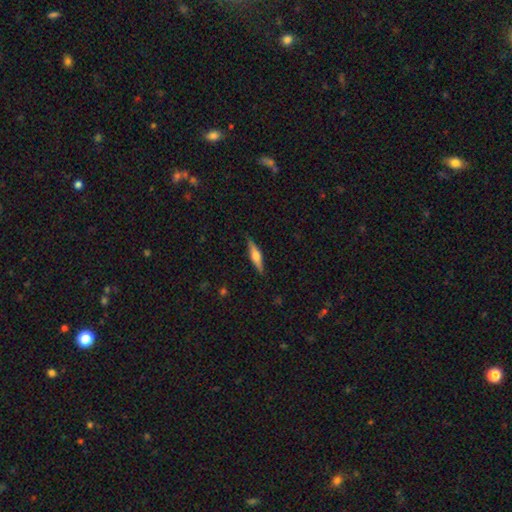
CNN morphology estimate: Q: Smooth or featured?
A: featured or disk (53%); runner-up: smooth (41%)
Q: Edge-on disk?
A: yes (96%); runner-up: no (4%)
Q: Edge-on bulge?
A: rounded (78%); runner-up: boxy (16%)
Q: Merging?
A: none (87%); runner-up: minor disturbance (10%)